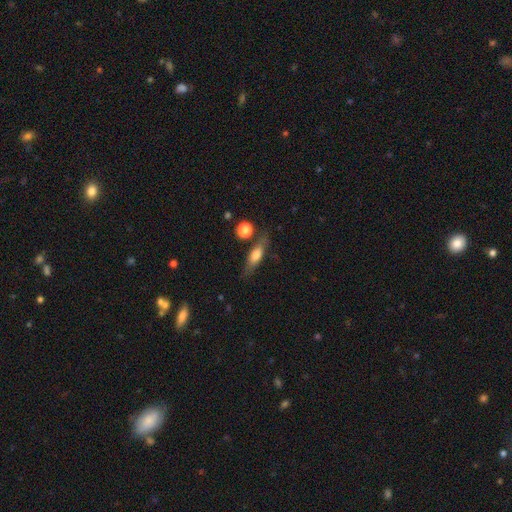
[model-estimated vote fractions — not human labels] A smooth galaxy with no disk features (52%) that is cigar-shaped (56%).

Vote fractions:
- Smooth or featured? smooth: 52% / featured or disk: 40% / star or artifact: 8%
- How rounded? cigar-shaped: 56% / in between: 39% / round: 6%
- Merging? none: 73% / minor disturbance: 16% / merger: 6% / major disturbance: 6%